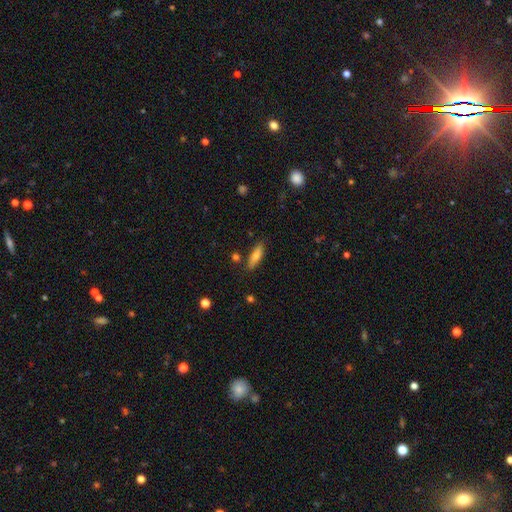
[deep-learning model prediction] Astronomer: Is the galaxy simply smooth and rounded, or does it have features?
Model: smooth — 69%.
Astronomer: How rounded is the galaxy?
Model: cigar-shaped — 52% (runner-up: in between, 46%).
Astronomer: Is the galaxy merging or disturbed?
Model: none — 83%.